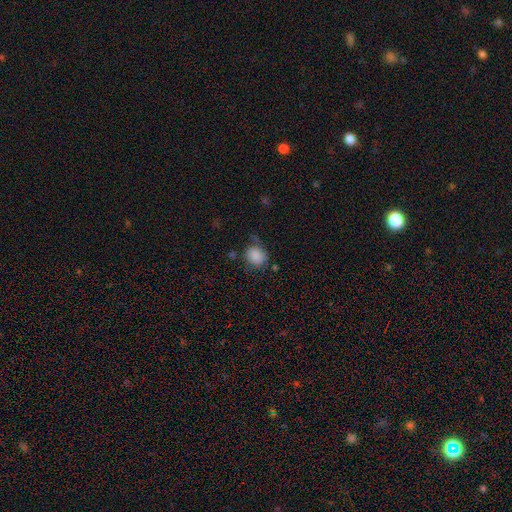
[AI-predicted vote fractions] This appears to be a smooth galaxy with no disk features (84%) that is round (63%). Merging: none (57%).